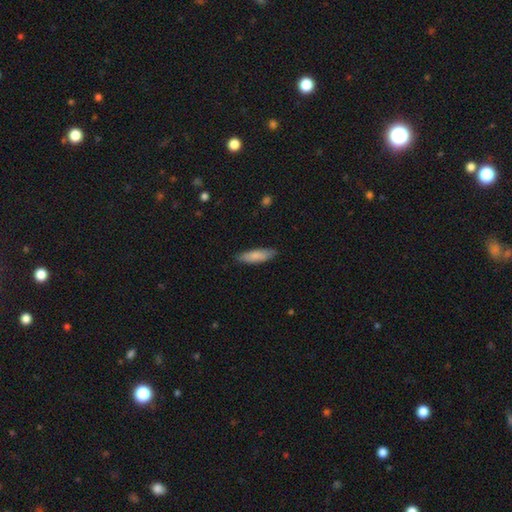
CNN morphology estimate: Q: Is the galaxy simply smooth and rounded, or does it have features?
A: smooth — 82%.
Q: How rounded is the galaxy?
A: cigar-shaped — 56%.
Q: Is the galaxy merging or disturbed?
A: none — 85%.